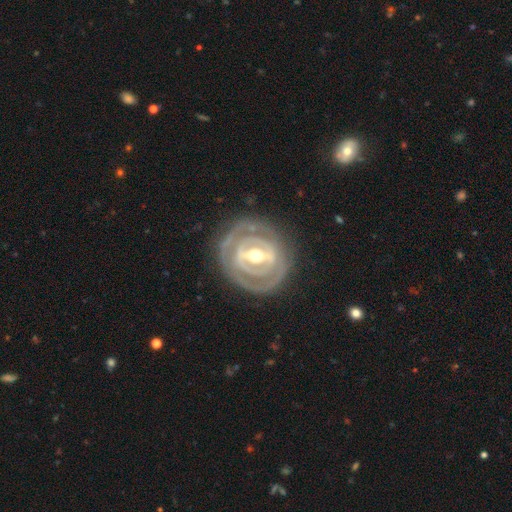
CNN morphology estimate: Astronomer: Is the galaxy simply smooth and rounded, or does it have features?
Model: featured or disk — 84%.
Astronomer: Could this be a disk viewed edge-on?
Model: no — 94%.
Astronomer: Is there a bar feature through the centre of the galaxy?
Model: strong — 59%.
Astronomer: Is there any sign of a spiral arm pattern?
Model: yes — 62% (runner-up: no, 38%).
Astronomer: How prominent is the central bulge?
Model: moderate — 70%.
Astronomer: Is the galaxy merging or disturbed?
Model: none — 79%.